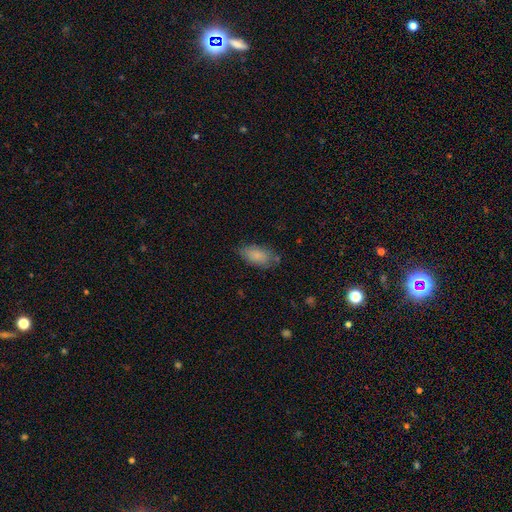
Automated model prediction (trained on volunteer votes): smooth-or-featured: smooth: 84% | featured or disk: 9% | star or artifact: 7%
  how-rounded: in between: 92% | cigar-shaped: 5% | round: 3%
  merging: none: 71% | minor disturbance: 22% | major disturbance: 5% | merger: 3%